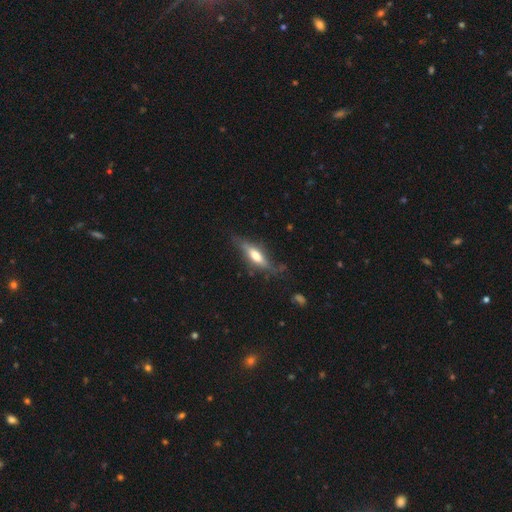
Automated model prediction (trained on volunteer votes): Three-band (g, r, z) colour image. It shows a featured or disk galaxy (48%). Merging: none (65%).